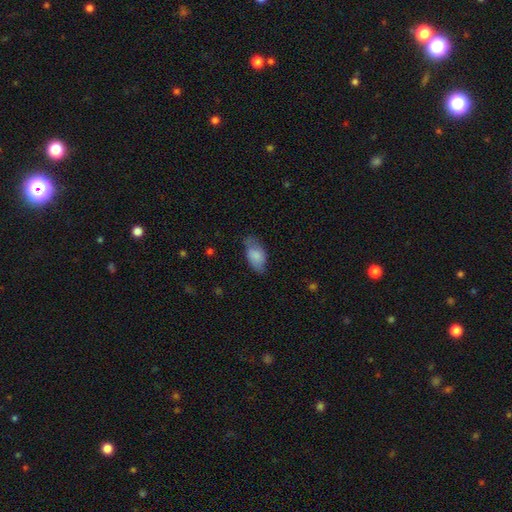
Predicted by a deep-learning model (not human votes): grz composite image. It shows a smooth galaxy with no disk features (83%) that is in between round and cigar-shaped (92%). Merging: none (60%).